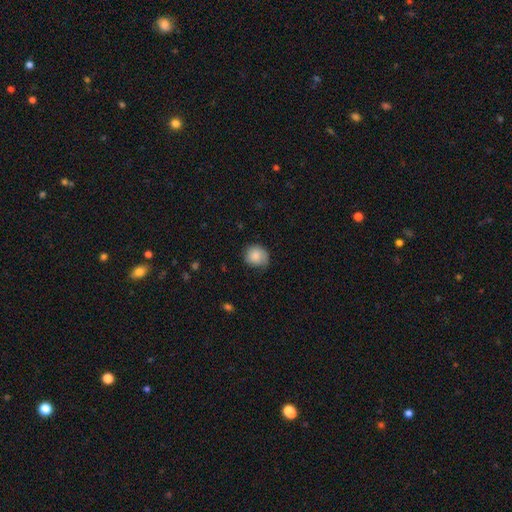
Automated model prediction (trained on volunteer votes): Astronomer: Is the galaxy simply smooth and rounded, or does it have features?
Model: smooth — 83%.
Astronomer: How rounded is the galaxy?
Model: round — 83%.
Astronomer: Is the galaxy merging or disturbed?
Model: none — 67%.